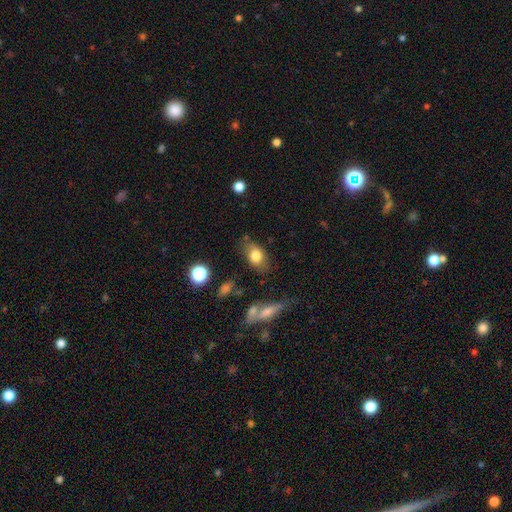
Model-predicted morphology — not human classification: This is likely a smooth galaxy (77%). How rounded: clearly in between (84%). Merging: likely none (69%).